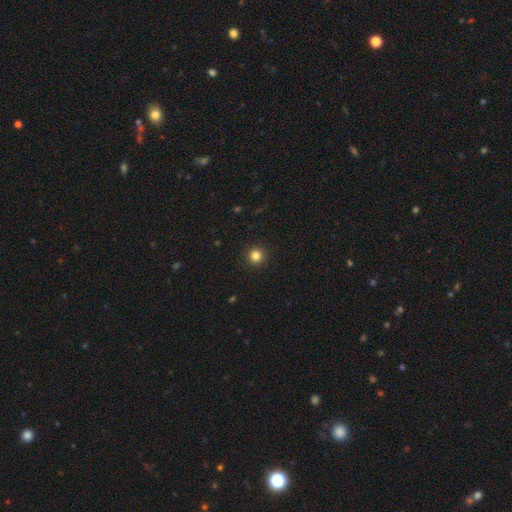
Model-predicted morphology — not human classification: A smooth galaxy with no disk features (83%) that is round (95%).

Vote fractions:
- Smooth or featured? smooth: 83% / star or artifact: 13% / featured or disk: 4%
- How rounded? round: 95% / in between: 4% / cigar-shaped: 1%
- Merging? none: 93% / minor disturbance: 5% / major disturbance: 2% / merger: 1%